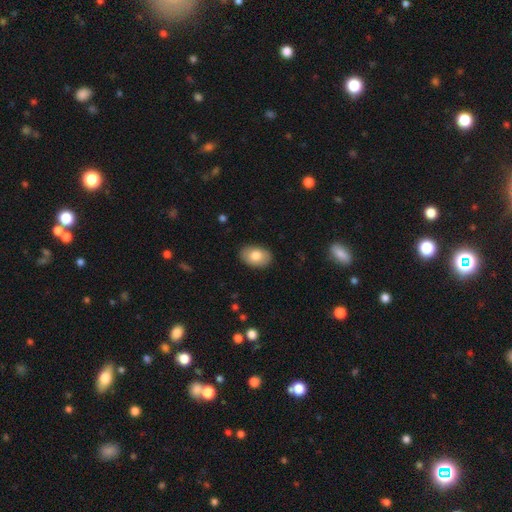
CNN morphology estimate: Smooth or featured? smooth (80%)
How rounded? in between (87%)
Merging? none (88%)